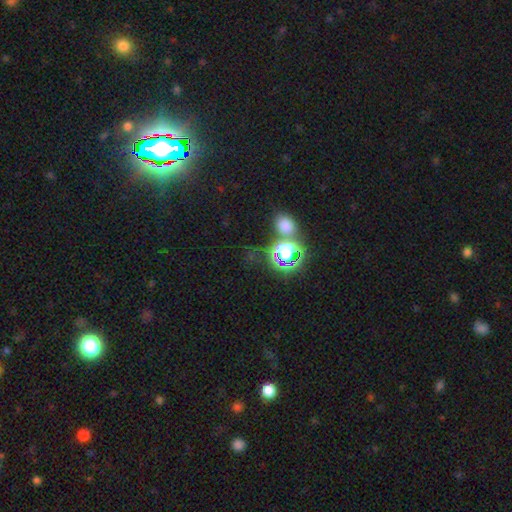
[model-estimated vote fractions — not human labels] The model was most divided on "smooth or featured": star or artifact: 72%, smooth: 20%, featured or disk: 8%.